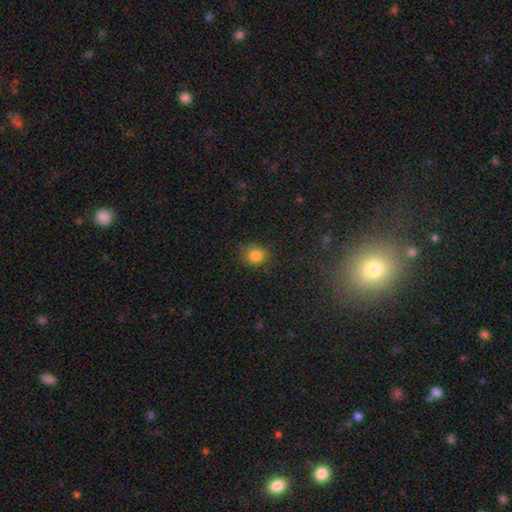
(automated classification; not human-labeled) A smooth galaxy with no disk features (83%) that is round (82%).

Vote fractions:
- Smooth or featured? smooth: 83% / star or artifact: 12% / featured or disk: 5%
- How rounded? round: 82% / in between: 17% / cigar-shaped: 1%
- Merging? none: 80% / minor disturbance: 15% / major disturbance: 4% / merger: 1%